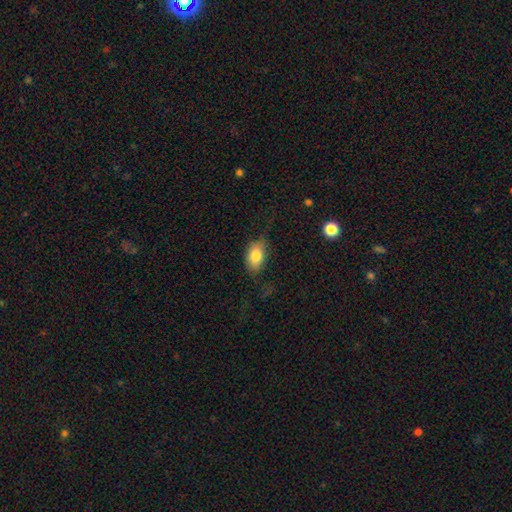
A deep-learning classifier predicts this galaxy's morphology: A smooth galaxy with no disk features (82%) that is in between round and cigar-shaped (89%).

Vote fractions:
- Smooth or featured? smooth: 82% / featured or disk: 10% / star or artifact: 8%
- How rounded? in between: 89% / round: 9% / cigar-shaped: 2%
- Merging? none: 69% / minor disturbance: 22% / major disturbance: 8% / merger: 1%